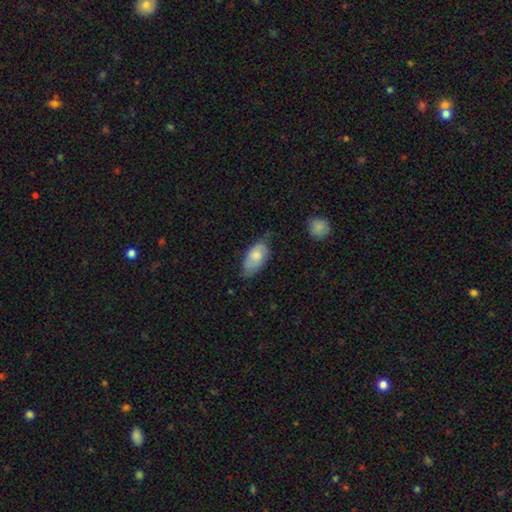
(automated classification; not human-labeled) smooth 72%, featured or disk 22%, star or artifact 6%. Down the decision tree: how rounded — in between (92%); merging — none (53%).